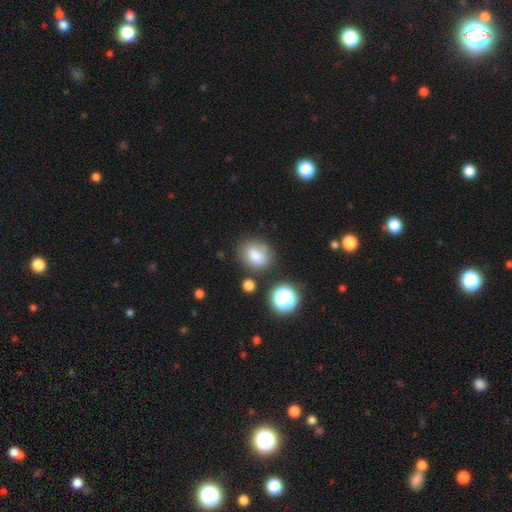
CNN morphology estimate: This is likely a smooth galaxy (77%). How rounded: possibly round (54%). Merging: likely none (65%).